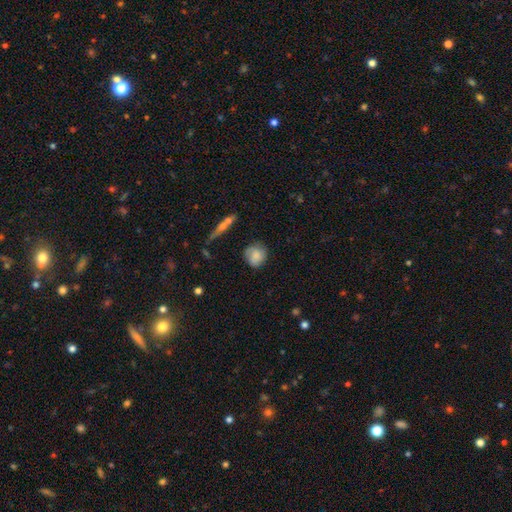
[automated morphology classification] Smooth or featured?
  - smooth: 69% *
  - featured or disk: 23%
  - star or artifact: 7%
How rounded?
  - round: 81% *
  - in between: 17%
  - cigar-shaped: 2%
Merging?
  - none: 68% *
  - minor disturbance: 23%
  - major disturbance: 6%
  - merger: 3%